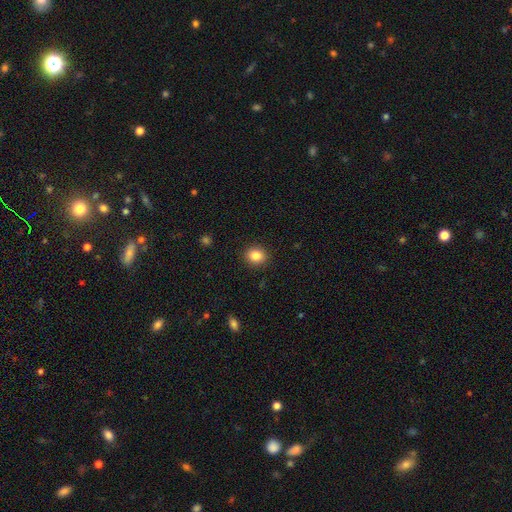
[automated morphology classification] Overall: smooth (85%). How rounded: round (68%; in between 31%). Merging: none (90%).